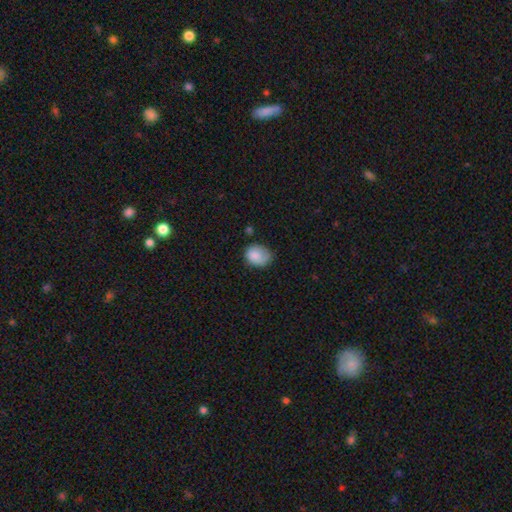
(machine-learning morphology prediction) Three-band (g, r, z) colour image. It shows a smooth galaxy with no disk features (85%) that is in between round and cigar-shaped (54%). Merging: none (59%).